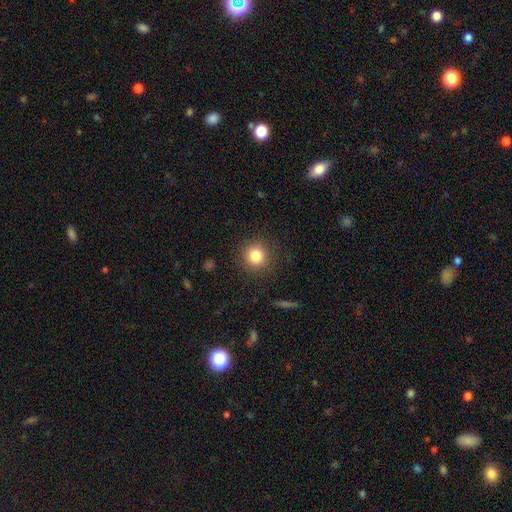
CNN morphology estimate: A smooth galaxy with no disk features (81%) that is round (93%).

Vote fractions:
- Smooth or featured? smooth: 81% / star or artifact: 11% / featured or disk: 7%
- How rounded? round: 93% / in between: 6% / cigar-shaped: 1%
- Merging? none: 88% / minor disturbance: 8% / major disturbance: 3% / merger: 1%